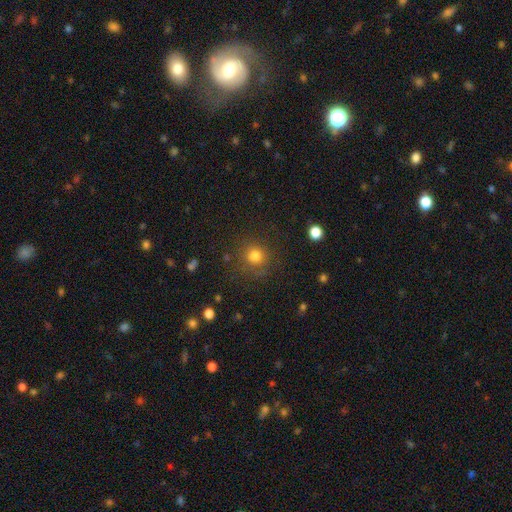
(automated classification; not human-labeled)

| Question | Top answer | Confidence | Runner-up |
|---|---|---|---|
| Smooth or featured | smooth | 79% | star or artifact (14%) |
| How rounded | round | 90% | in between (9%) |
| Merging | none | 82% | minor disturbance (11%) |